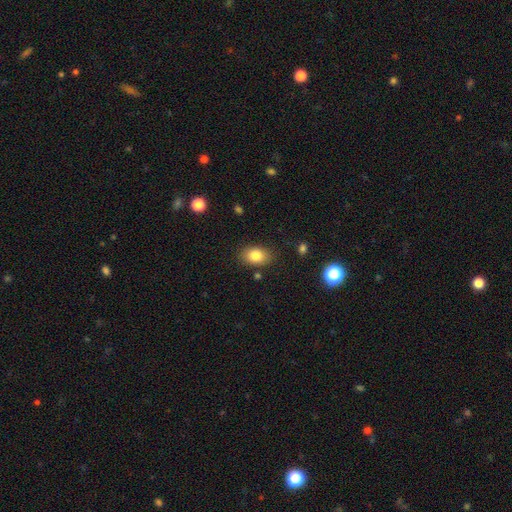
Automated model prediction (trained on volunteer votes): Smooth or featured: smooth — 83% (star or artifact — 9%)
How rounded: in between — 81% (round — 18%)
Merging: none — 84% (minor disturbance — 11%)